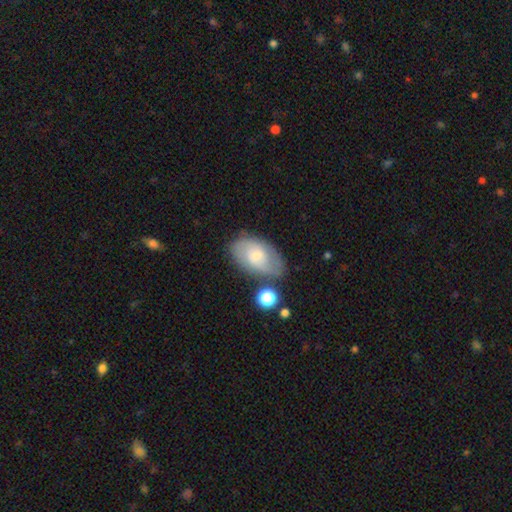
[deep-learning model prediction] A featured or disk galaxy (47%).

Vote fractions:
- Smooth or featured? featured or disk: 47% / smooth: 45% / star or artifact: 8%
- Merging? none: 65% / minor disturbance: 21% / merger: 8% / major disturbance: 6%